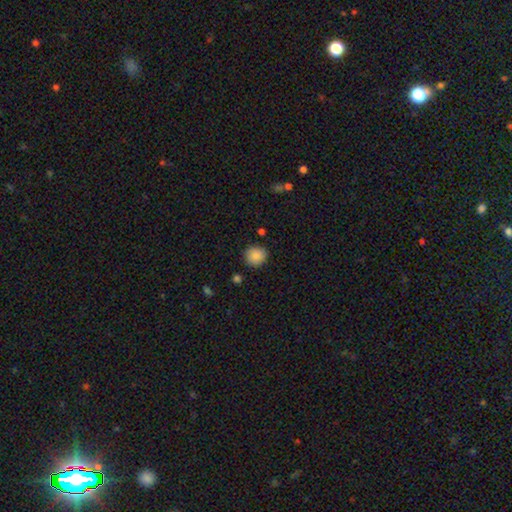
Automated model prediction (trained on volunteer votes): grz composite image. It shows a smooth galaxy with no disk features (87%) that is round (88%). Merging: none (88%).